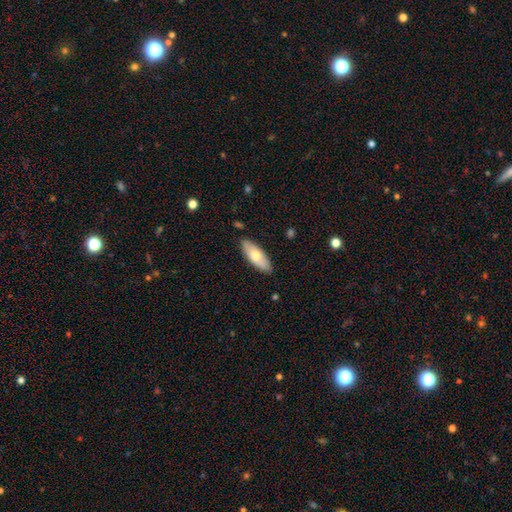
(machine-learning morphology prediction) The model was most divided on "smooth or featured": smooth: 69%, featured or disk: 25%, star or artifact: 6%. More confident: merging — none (87%); how rounded — in between (76%).